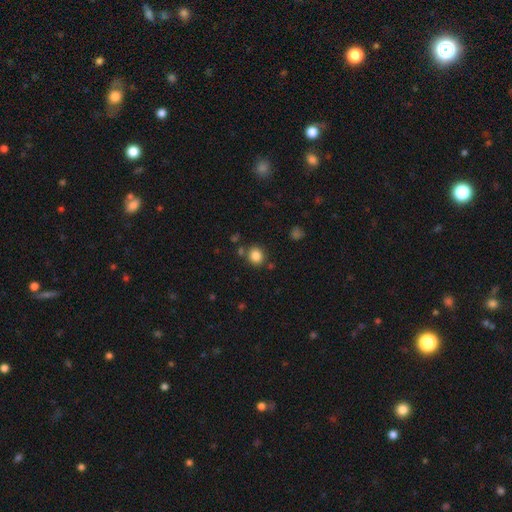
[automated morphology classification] This appears to be a smooth galaxy with no disk features (84%) that is round (82%). Merging: none (79%).